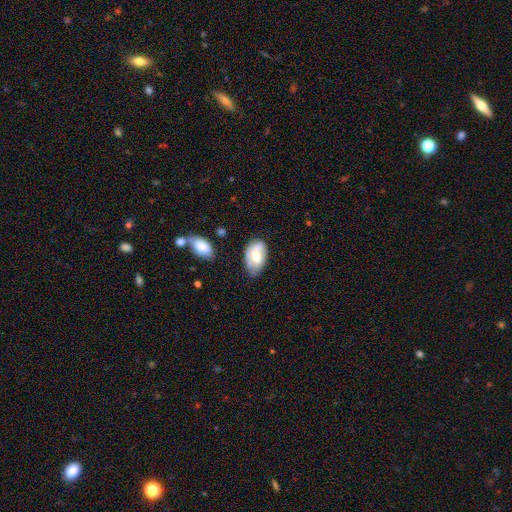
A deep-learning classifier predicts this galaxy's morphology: The model was most divided on "smooth or featured": featured or disk: 50%, smooth: 43%, star or artifact: 7%. More confident: edge-on disk — no (95%); merging — none (59%).